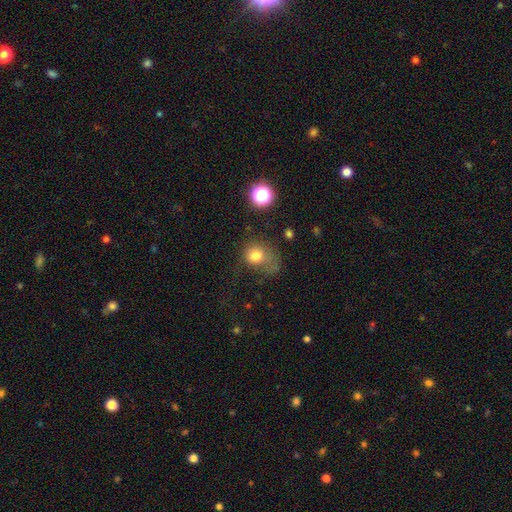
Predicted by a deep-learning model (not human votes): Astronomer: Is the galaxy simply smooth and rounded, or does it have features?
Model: smooth — 75%.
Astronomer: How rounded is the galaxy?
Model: round — 68%.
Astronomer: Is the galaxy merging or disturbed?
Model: major disturbance — 37% (runner-up: none, 33%).